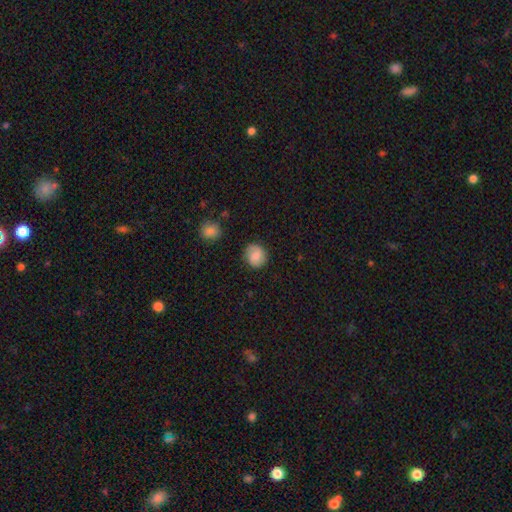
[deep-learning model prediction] smooth 77%, featured or disk 14%, star or artifact 8%. Down the decision tree: how rounded — round (80%); merging — none (81%).